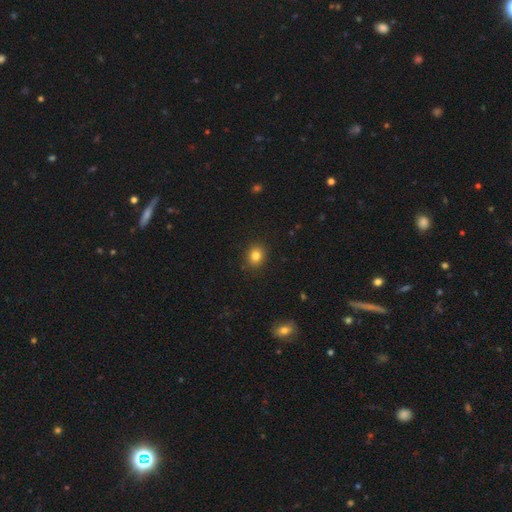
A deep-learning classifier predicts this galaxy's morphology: A smooth galaxy with no disk features (83%) that is round (68%). Merging: none (90%).